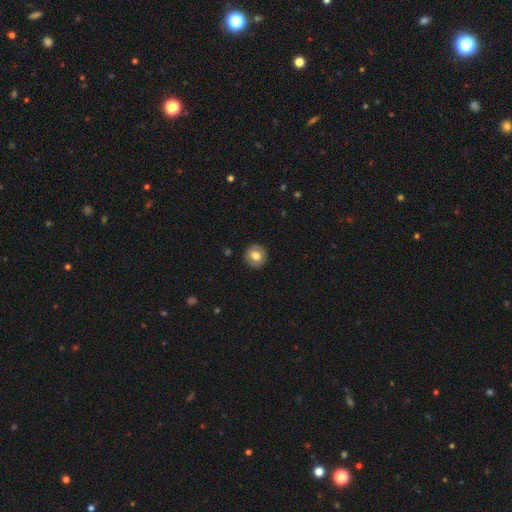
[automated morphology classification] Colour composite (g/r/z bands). It shows a smooth galaxy with no disk features (73%) that is round (93%). Merging: none (91%).